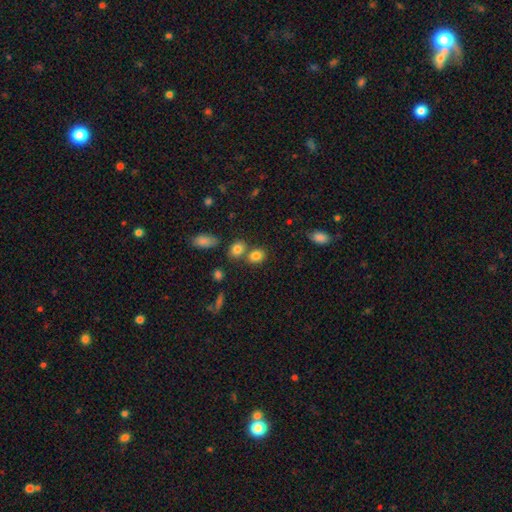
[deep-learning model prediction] The model was most divided on "how rounded": round: 55%, in between: 43%, cigar-shaped: 1%. More confident: smooth or featured — smooth (81%); merging — none (60%).